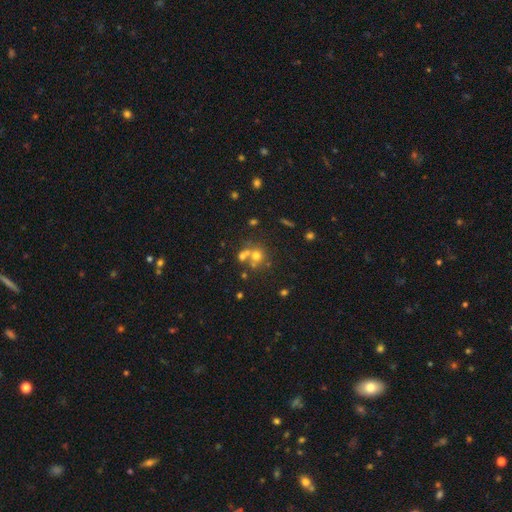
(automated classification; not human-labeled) The model was most divided on "merging": none: 46%, merger: 40%, minor disturbance: 8%, major disturbance: 5%. More confident: how rounded — round (82%); smooth or featured — smooth (57%).